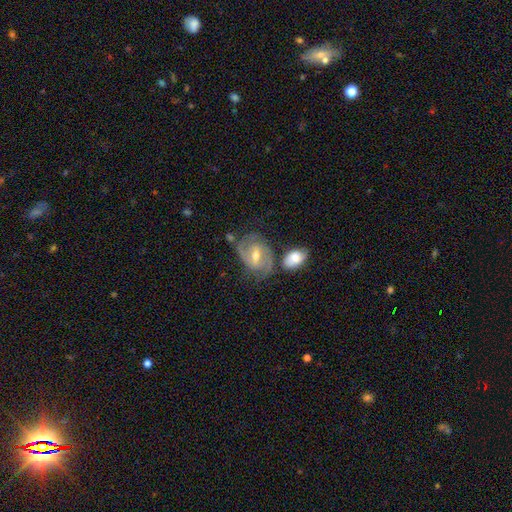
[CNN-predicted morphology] Smooth or featured? featured or disk (78%)
Edge-on disk? no (96%)
Bar? weak (50%)
Spiral arms? yes (90%)
Spiral winding? medium (47%)
Spiral arm count? 2 (76%)
Bulge size? moderate (62%)
Merging? none (56%)